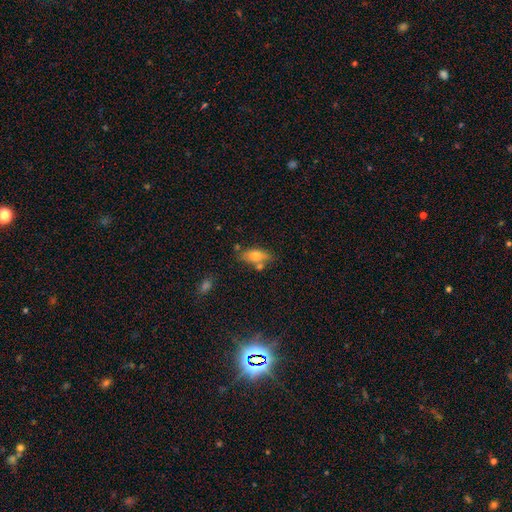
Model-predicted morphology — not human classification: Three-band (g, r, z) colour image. It shows a smooth galaxy with no disk features (71%) that is in between round and cigar-shaped (79%). Merging: none (64%).